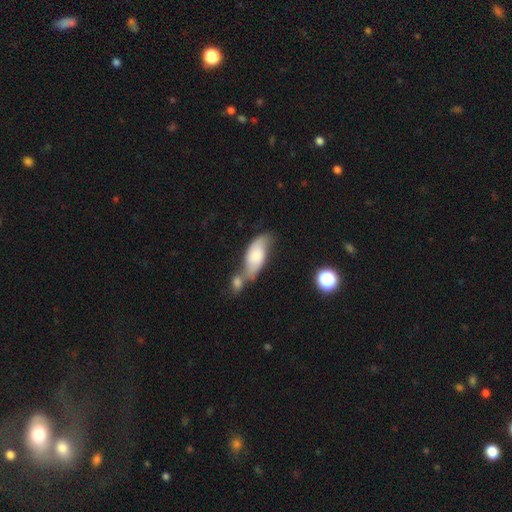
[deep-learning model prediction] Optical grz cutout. It shows a smooth galaxy with no disk features (64%) that is in between round and cigar-shaped (83%). Merging: merger (48%).